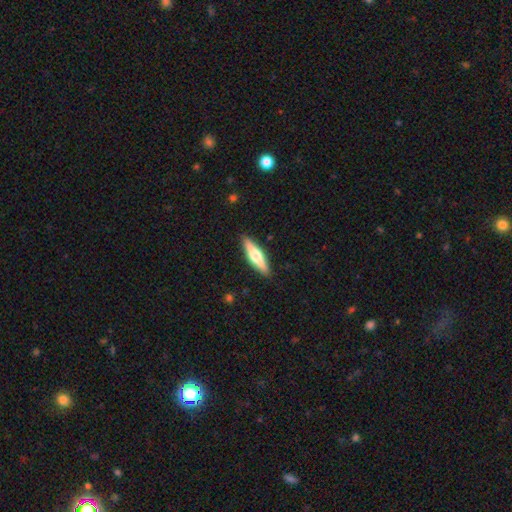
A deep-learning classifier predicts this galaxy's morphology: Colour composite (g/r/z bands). It shows a featured or disk galaxy (49%). Merging: none (90%).